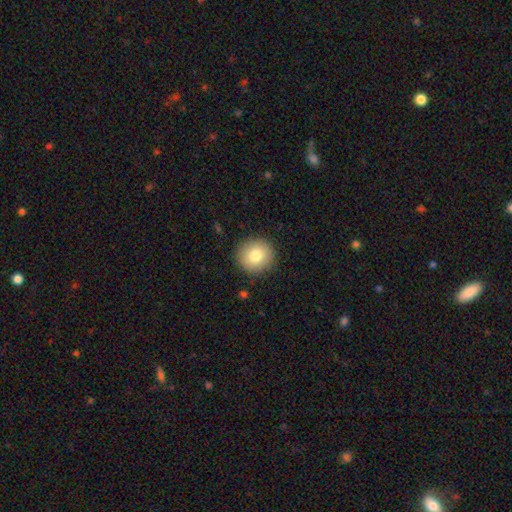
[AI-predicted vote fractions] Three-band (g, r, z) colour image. It shows a smooth galaxy with no disk features (81%) that is round (93%). Merging: none (91%).